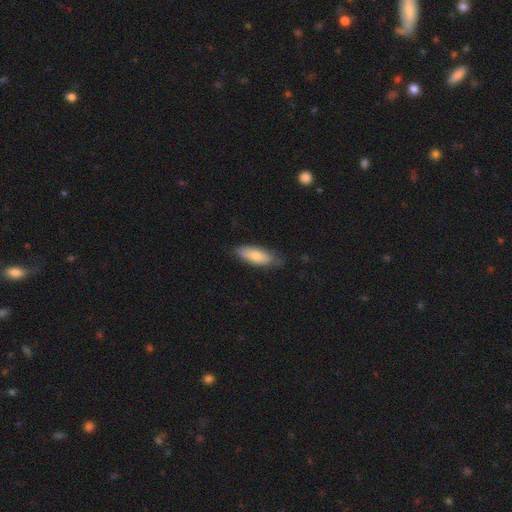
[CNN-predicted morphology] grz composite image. It shows a smooth galaxy with no disk features (75%) that is in between round and cigar-shaped (75%). Merging: none (73%).